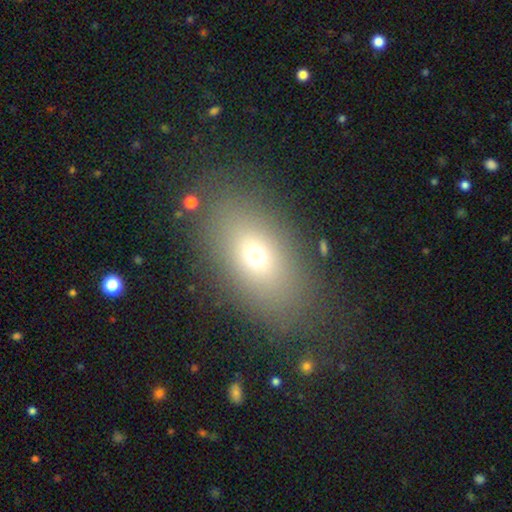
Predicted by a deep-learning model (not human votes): This is likely a smooth galaxy (67%). How rounded: clearly in between (83%). Merging: clearly none (83%).